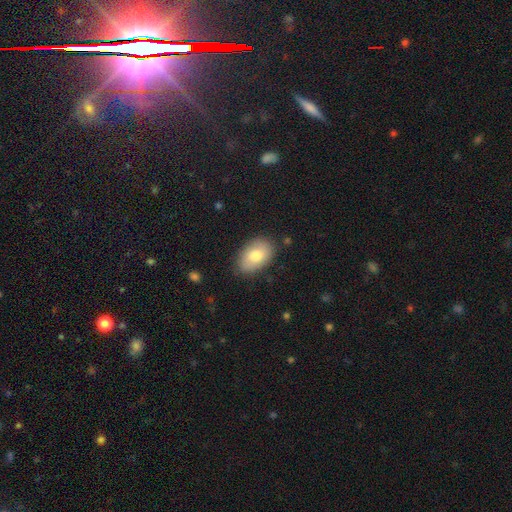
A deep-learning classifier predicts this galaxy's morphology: smooth 76%, featured or disk 18%, star or artifact 7%. Down the decision tree: how rounded — in between (89%); merging — none (81%).